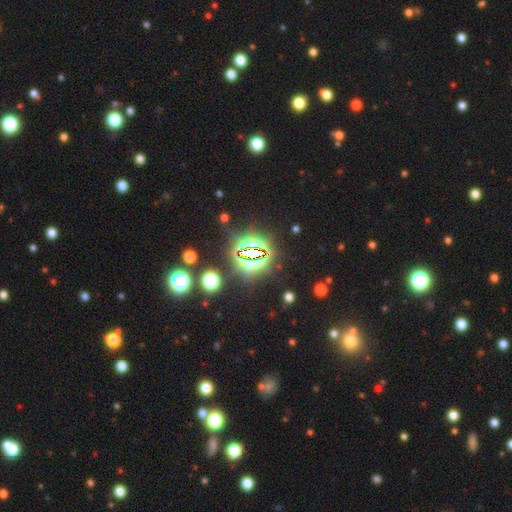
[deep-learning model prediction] smooth-or-featured: star or artifact: 81% | smooth: 11% | featured or disk: 8%